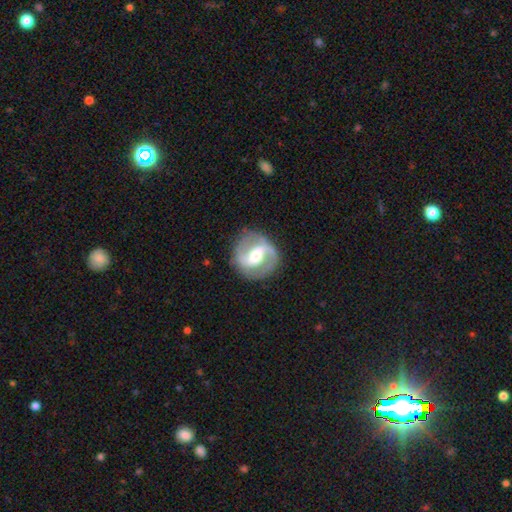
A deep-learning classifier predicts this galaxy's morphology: Smooth or featured? Predicted: featured or disk (p=0.82). Edge-on disk? Predicted: no (p=0.97). Bar? Predicted: strong (p=0.43). Spiral arms? Predicted: yes (p=0.90). Spiral winding? Predicted: medium (p=0.49). Spiral arm count? Predicted: 2 (p=0.89). Bulge size? Predicted: moderate (p=0.65). Merging? Predicted: none (p=0.83).